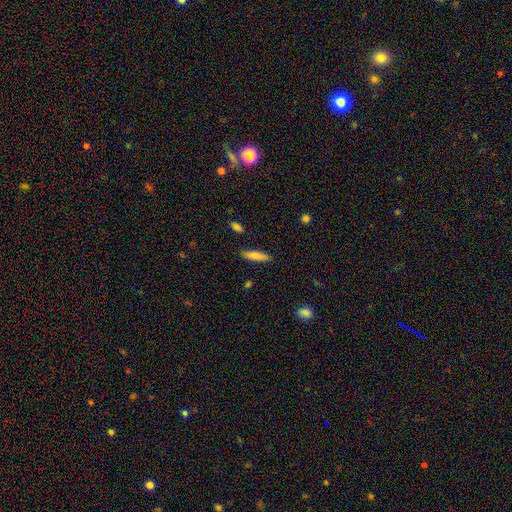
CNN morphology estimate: smooth-or-featured: smooth: 78% | featured or disk: 15% | star or artifact: 7%
  how-rounded: cigar-shaped: 60% | in between: 39% | round: 2%
  merging: none: 86% | minor disturbance: 10% | major disturbance: 2% | merger: 2%